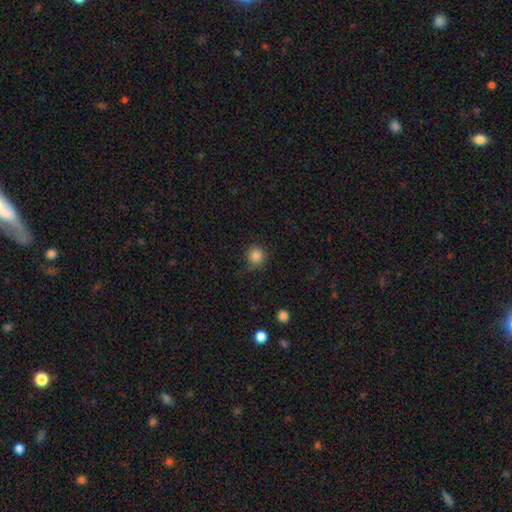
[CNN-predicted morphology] A smooth galaxy with no disk features (85%) that is round (91%). Merging: none (81%).